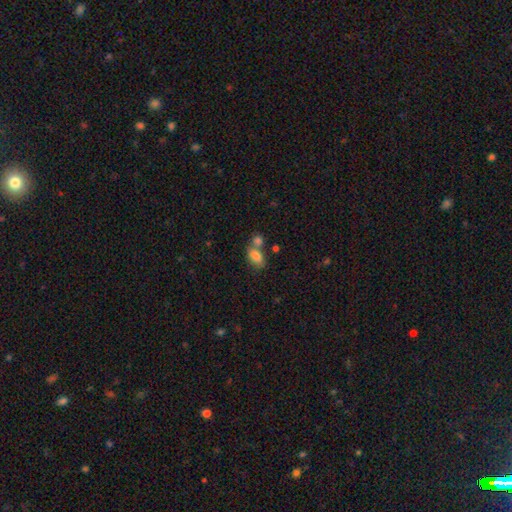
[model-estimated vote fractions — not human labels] smooth_or_featured: smooth (p=0.81) [alt: featured or disk p=0.10]
how_rounded: in between (p=0.87) [alt: round p=0.10]
merging: merger (p=0.42) [alt: none p=0.39]